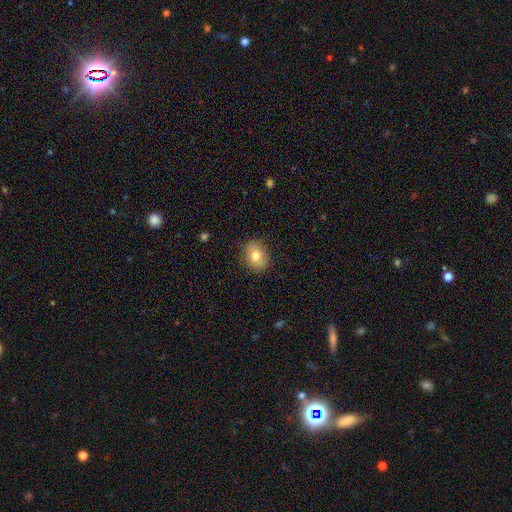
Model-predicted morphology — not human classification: smooth_or_featured: smooth (p=0.76) [alt: featured or disk p=0.16]
how_rounded: in between (p=0.53) [alt: round p=0.45]
merging: none (p=0.86) [alt: minor disturbance p=0.10]